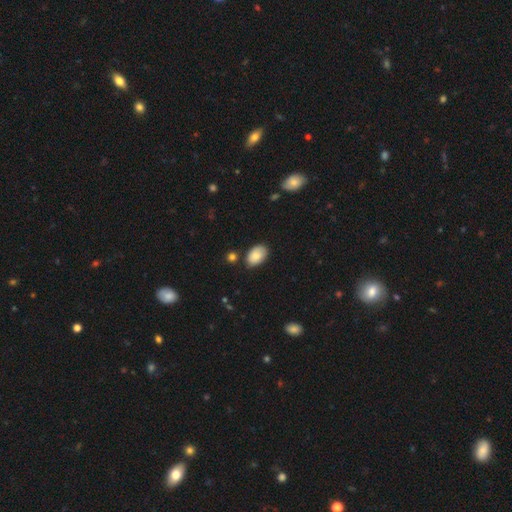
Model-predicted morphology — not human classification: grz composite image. It shows a smooth galaxy with no disk features (83%) that is in between round and cigar-shaped (90%). Merging: none (78%).